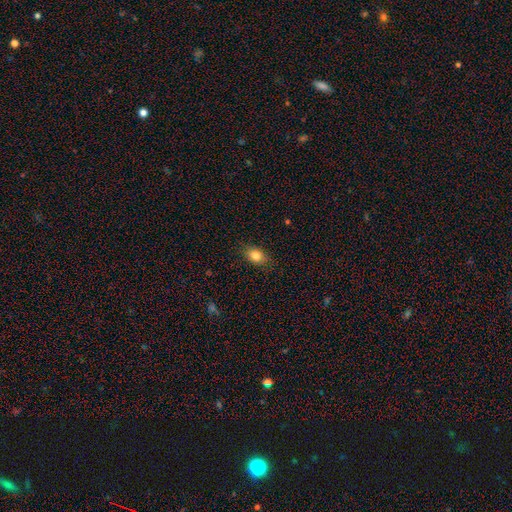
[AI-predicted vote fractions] Smooth or featured: smooth — 84% (star or artifact — 9%)
How rounded: in between — 77% (round — 21%)
Merging: none — 85% (minor disturbance — 12%)